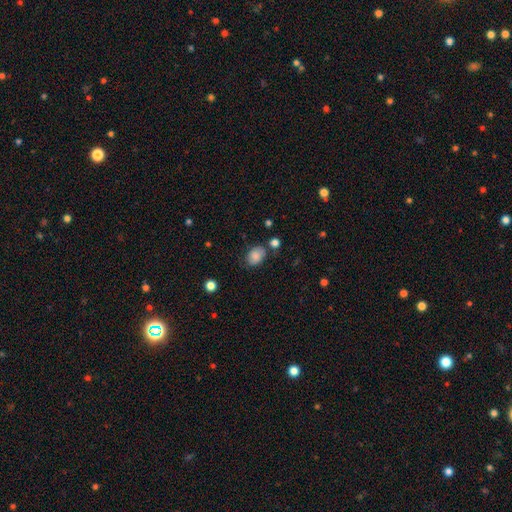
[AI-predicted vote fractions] A smooth galaxy with no disk features (82%) that is in between round and cigar-shaped (72%).

Vote fractions:
- Smooth or featured? smooth: 82% / featured or disk: 9% / star or artifact: 9%
- How rounded? in between: 72% / round: 27% / cigar-shaped: 1%
- Merging? none: 68% / minor disturbance: 20% / merger: 7% / major disturbance: 6%